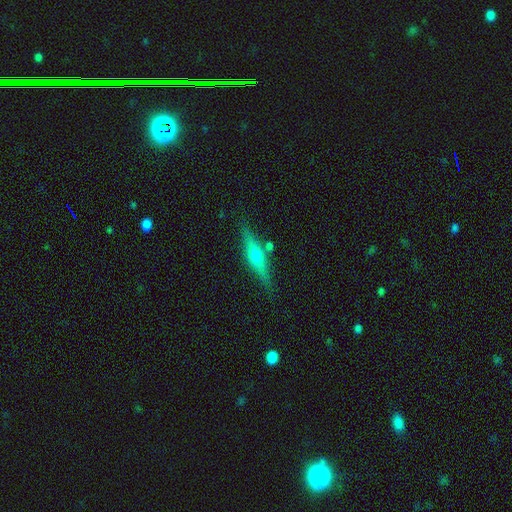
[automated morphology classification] Smooth or featured? featured or disk (59%)
Edge-on disk? yes (94%)
Edge-on bulge? rounded (90%)
Merging? none (80%)